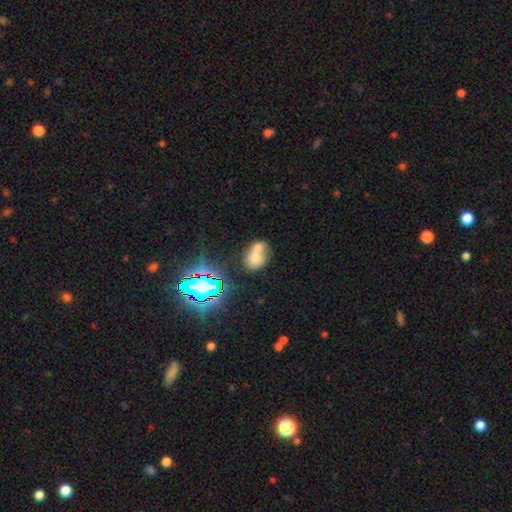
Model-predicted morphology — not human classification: Overall: smooth (62%). How rounded: in between (69%; round 29%). Merging: merger (47%; none 29%).